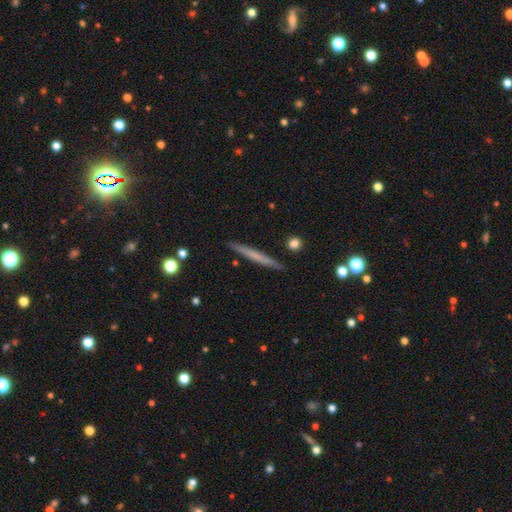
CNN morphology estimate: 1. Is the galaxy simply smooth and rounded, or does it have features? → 52% smooth, 42% featured or disk, 6% star or artifact.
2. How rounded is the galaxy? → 96% cigar-shaped, 2% in between, 2% round.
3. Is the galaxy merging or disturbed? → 91% none, 6% minor disturbance, 1% merger, 1% major disturbance.